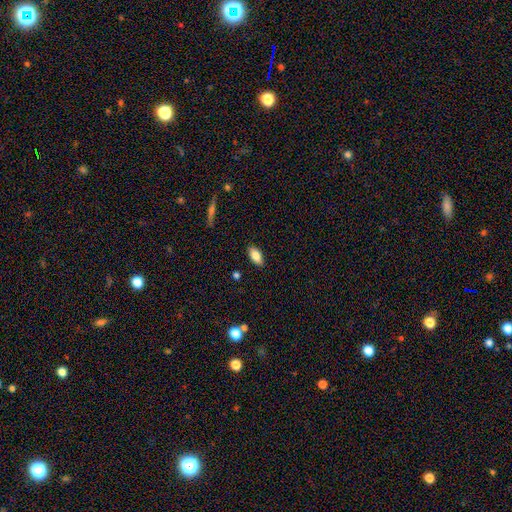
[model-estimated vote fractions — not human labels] A smooth galaxy with no disk features (83%) that is in between round and cigar-shaped (90%). Merging: none (88%).